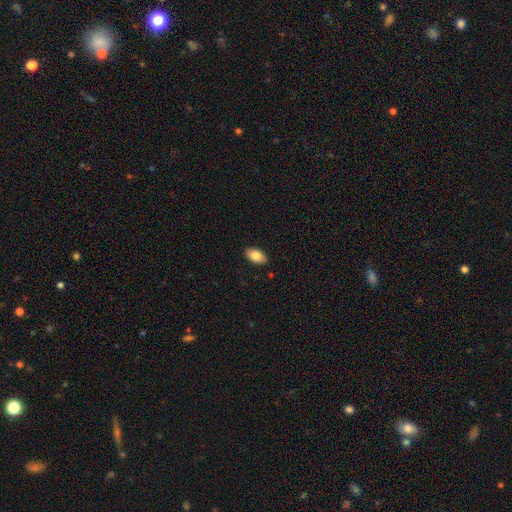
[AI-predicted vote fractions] A smooth galaxy with no disk features (82%) that is in between round and cigar-shaped (94%).

Vote fractions:
- Smooth or featured? smooth: 82% / featured or disk: 11% / star or artifact: 7%
- How rounded? in between: 94% / round: 5% / cigar-shaped: 2%
- Merging? none: 89% / minor disturbance: 8% / major disturbance: 2% / merger: 1%